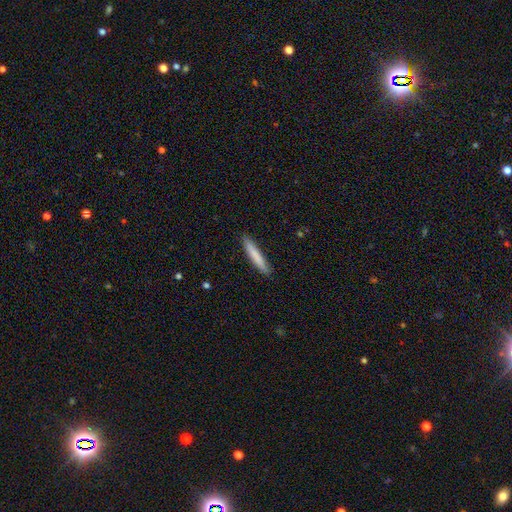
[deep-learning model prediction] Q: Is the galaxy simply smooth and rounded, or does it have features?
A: smooth — 79%.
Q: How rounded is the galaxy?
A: cigar-shaped — 93%.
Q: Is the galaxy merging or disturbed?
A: none — 88%.